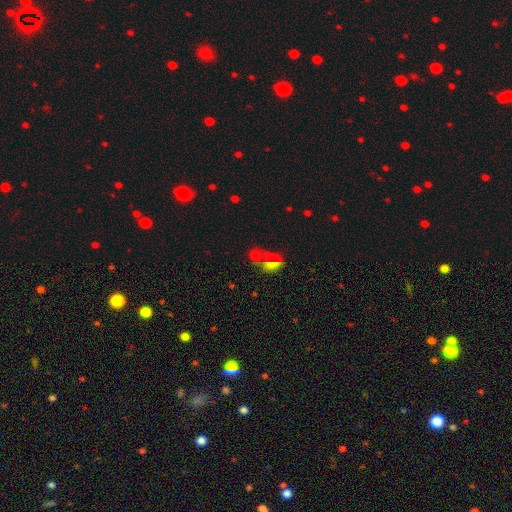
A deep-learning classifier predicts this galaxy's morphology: Q: Smooth or featured?
A: smooth (53%); runner-up: star or artifact (27%)
Q: How rounded?
A: in between (57%); runner-up: round (38%)
Q: Merging?
A: merger (46%); runner-up: none (33%)